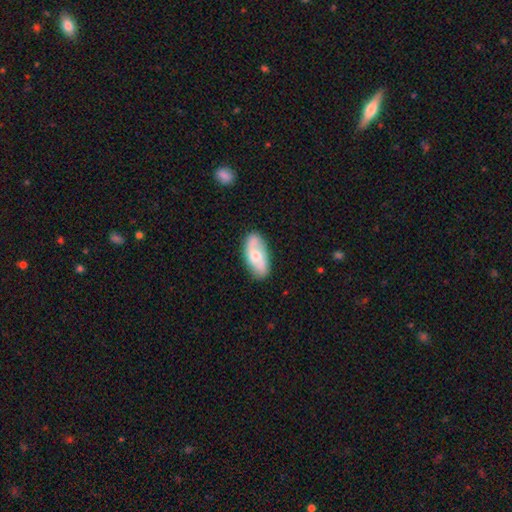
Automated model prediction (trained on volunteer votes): smooth_or_featured: featured or disk (p=0.54) [alt: smooth p=0.40]
disk_edge_on: no (p=0.90) [alt: yes p=0.10]
merging: none (p=0.79) [alt: minor disturbance p=0.15]